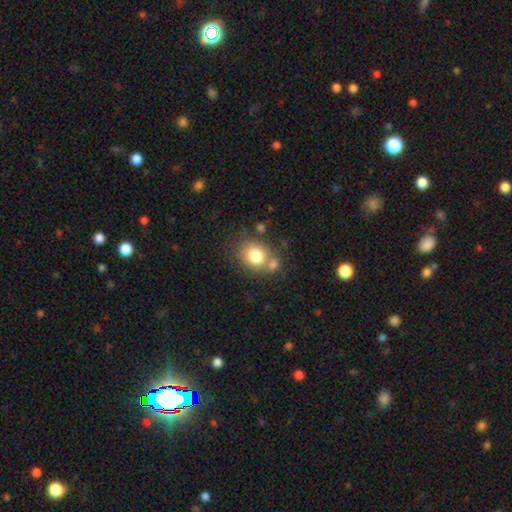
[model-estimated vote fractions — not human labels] Morphology: type=smooth (78%); roundness=round (65%); merging=none (57%).